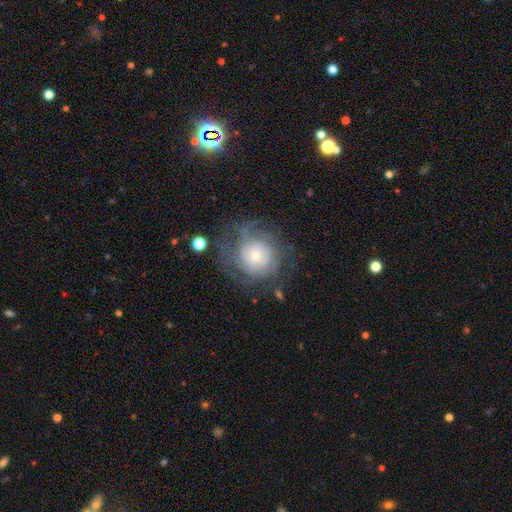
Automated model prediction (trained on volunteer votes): This appears to be a featured or disk galaxy (59%) with no bar (82%), spiral arms (77%) and a moderate central bulge (43%). Merging: none (60%).